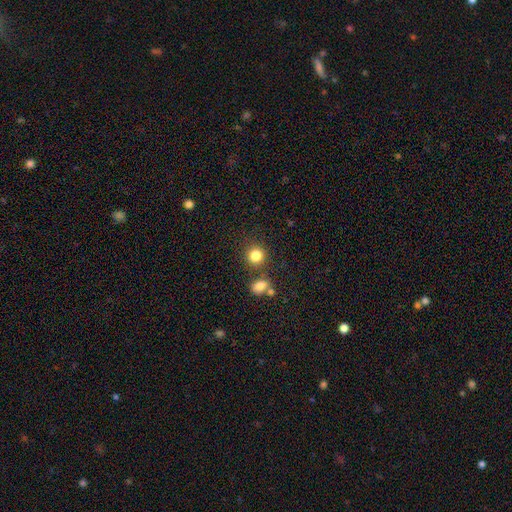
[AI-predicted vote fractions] The model was most divided on "merging": none: 78%, merger: 10%, minor disturbance: 8%, major disturbance: 3%. More confident: how rounded — round (89%); smooth or featured — smooth (83%).